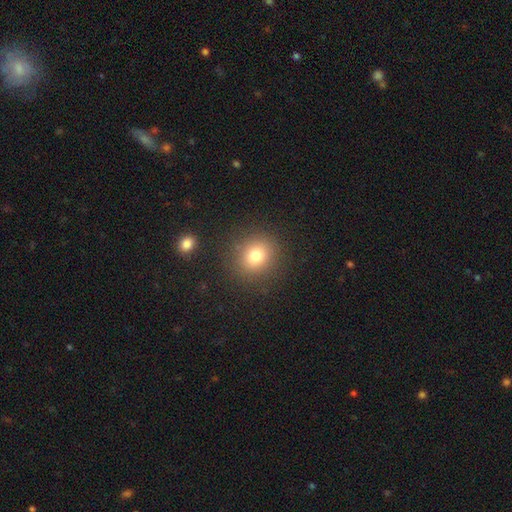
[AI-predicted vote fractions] This is likely a smooth galaxy (78%). How rounded: clearly round (81%). Merging: clearly none (87%).